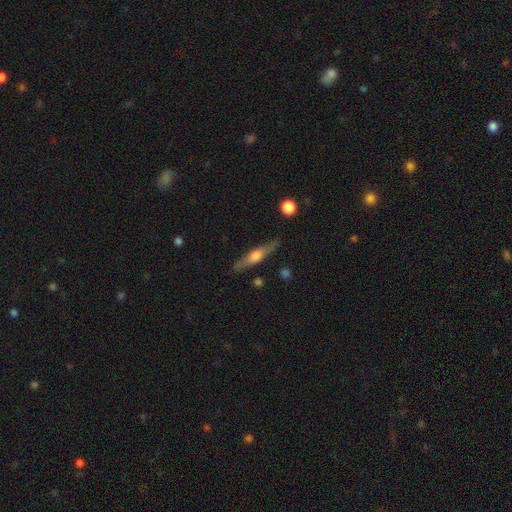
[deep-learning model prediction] A featured or disk galaxy (62%) viewed edge-on (94%) with a rounded central bulge (84%). Merging: none (85%).